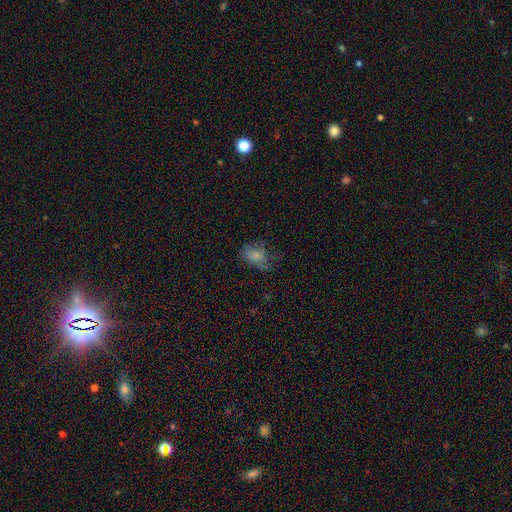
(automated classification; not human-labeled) Q: Smooth or featured?
A: smooth (72%); runner-up: featured or disk (15%)
Q: How rounded?
A: in between (73%); runner-up: round (25%)
Q: Merging?
A: none (48%); runner-up: minor disturbance (28%)